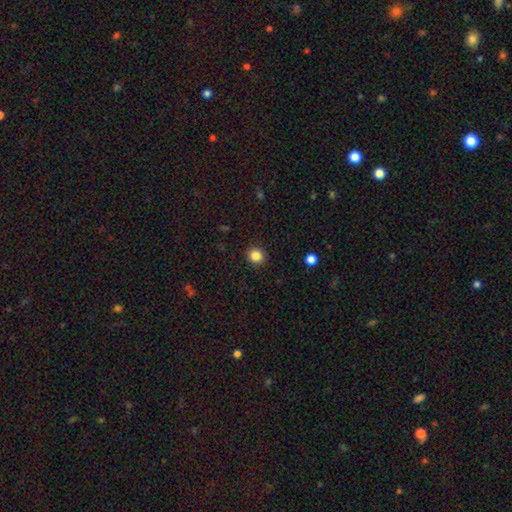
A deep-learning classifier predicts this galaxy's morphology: Overall: smooth (85%). How rounded: round (88%). Merging: none (91%).